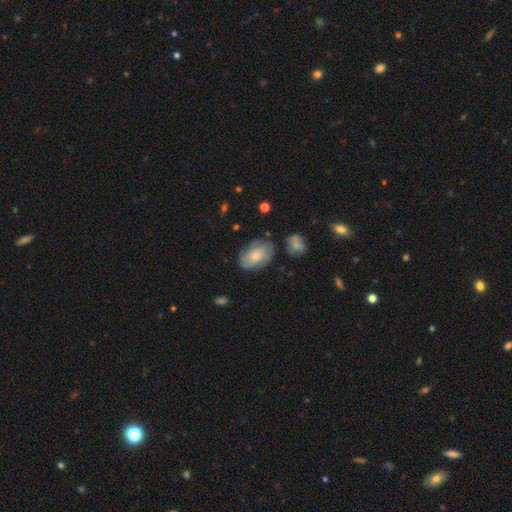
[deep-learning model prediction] Smooth or featured?
  - smooth: 47% *
  - featured or disk: 46%
  - star or artifact: 7%
Merging?
  - none: 69% *
  - minor disturbance: 21%
  - major disturbance: 7%
  - merger: 3%